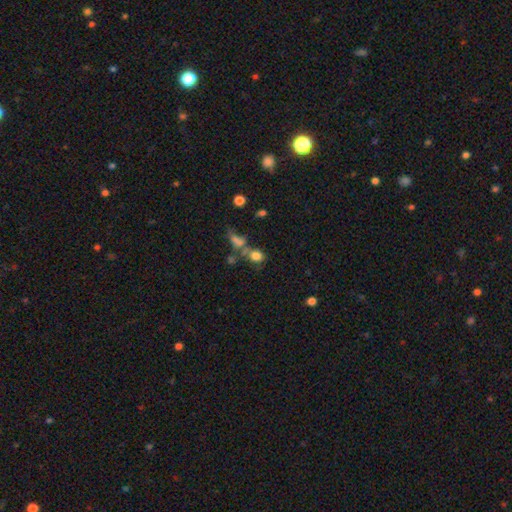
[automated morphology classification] A smooth galaxy with no disk features (76%) that is round (50%). Merging: none (45%).